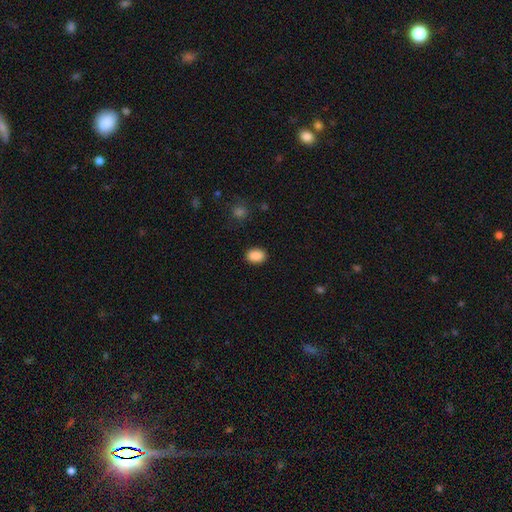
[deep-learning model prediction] This is clearly a smooth galaxy (89%). How rounded: likely in between (70%). Merging: clearly none (88%).